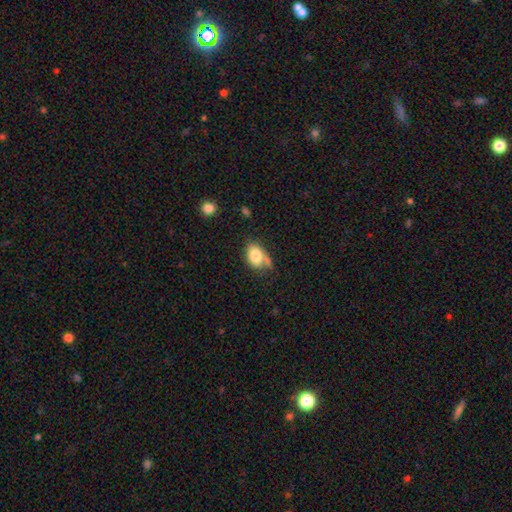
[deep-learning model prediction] Smooth or featured: smooth — 80% (featured or disk — 12%)
How rounded: in between — 81% (round — 18%)
Merging: none — 48% (minor disturbance — 25%)